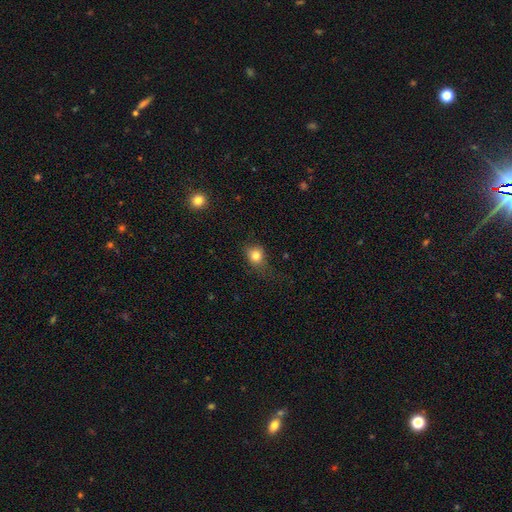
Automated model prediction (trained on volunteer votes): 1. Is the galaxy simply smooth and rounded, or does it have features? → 80% smooth, 12% star or artifact, 8% featured or disk.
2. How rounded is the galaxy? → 68% round, 31% in between, 1% cigar-shaped.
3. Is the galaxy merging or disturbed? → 62% none, 26% minor disturbance, 11% major disturbance, 2% merger.